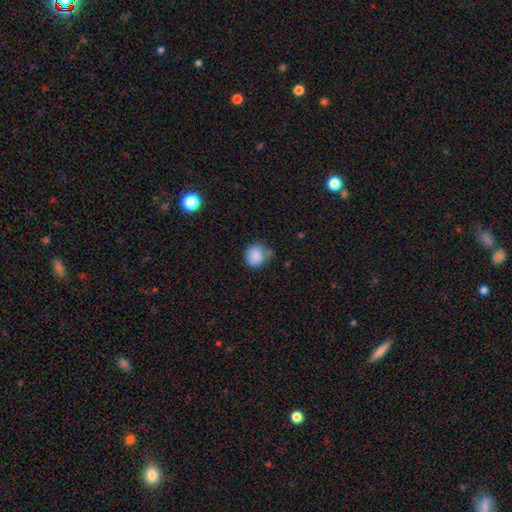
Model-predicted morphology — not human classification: A smooth galaxy with no disk features (86%) that is round (82%). Merging: none (61%).